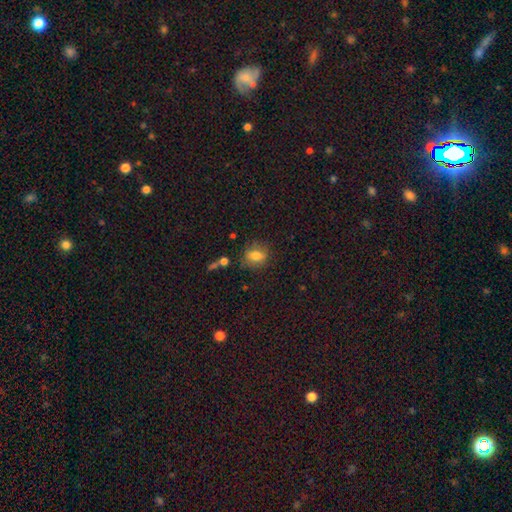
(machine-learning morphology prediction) The model was most divided on "how rounded": in between: 61%, round: 35%, cigar-shaped: 4%. More confident: smooth or featured — smooth (74%); merging — none (74%).